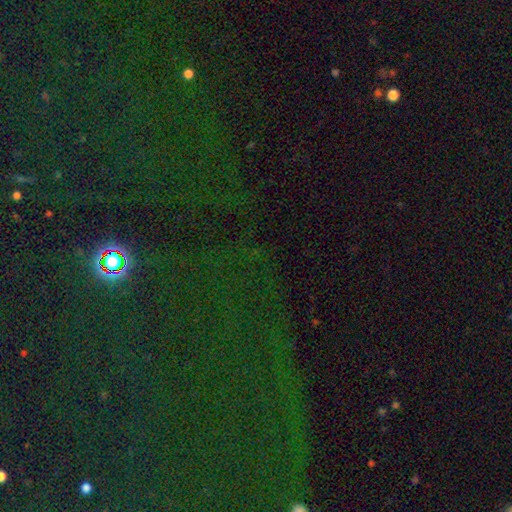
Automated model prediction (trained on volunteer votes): A star or artifact, not a galaxy (83%).

Vote fractions:
- Smooth or featured? star or artifact: 83% / smooth: 10% / featured or disk: 7%